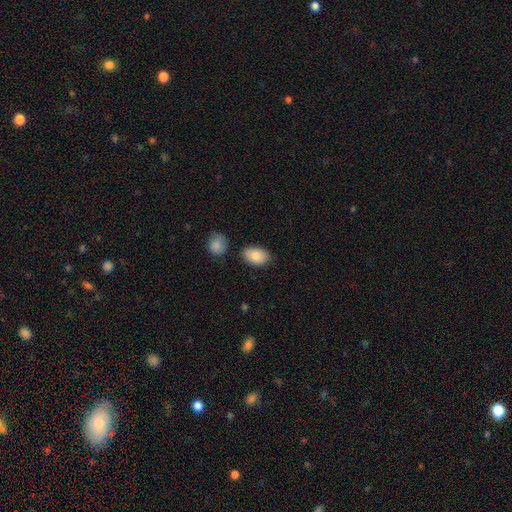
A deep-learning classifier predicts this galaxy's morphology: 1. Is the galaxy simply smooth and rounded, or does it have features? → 85% smooth, 8% featured or disk, 7% star or artifact.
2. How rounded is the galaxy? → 91% in between, 8% round, 1% cigar-shaped.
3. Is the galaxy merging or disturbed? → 79% none, 13% minor disturbance, 5% merger, 3% major disturbance.